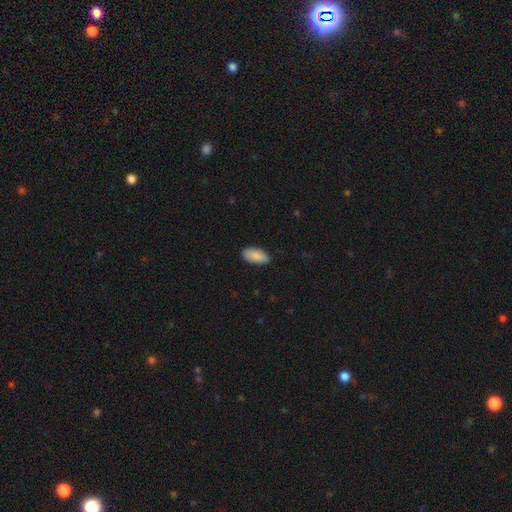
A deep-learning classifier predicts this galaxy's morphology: This appears to be a smooth galaxy with no disk features (89%) that is in between round and cigar-shaped (93%). Merging: none (85%).